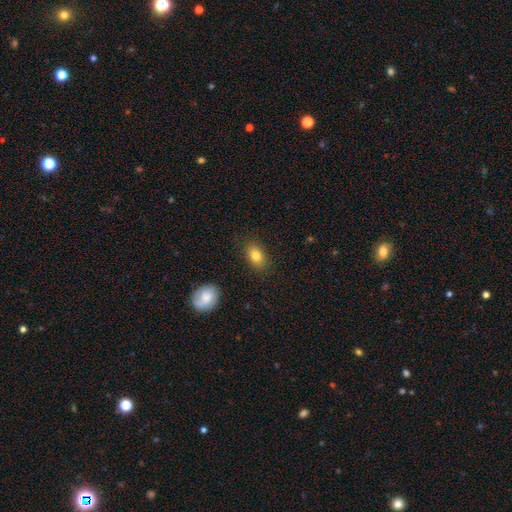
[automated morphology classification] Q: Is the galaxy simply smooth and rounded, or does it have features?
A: smooth — 83%.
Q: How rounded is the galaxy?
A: in between — 83%.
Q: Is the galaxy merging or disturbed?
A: none — 85%.